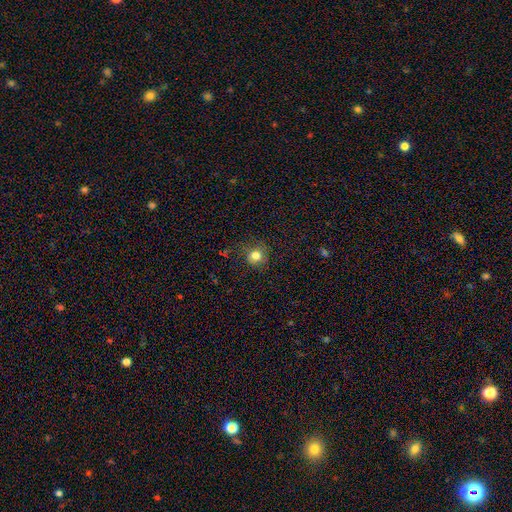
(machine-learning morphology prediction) smooth-or-featured: smooth: 81% | star or artifact: 12% | featured or disk: 7%
  how-rounded: round: 88% | in between: 11% | cigar-shaped: 1%
  merging: none: 76% | minor disturbance: 16% | major disturbance: 7% | merger: 1%